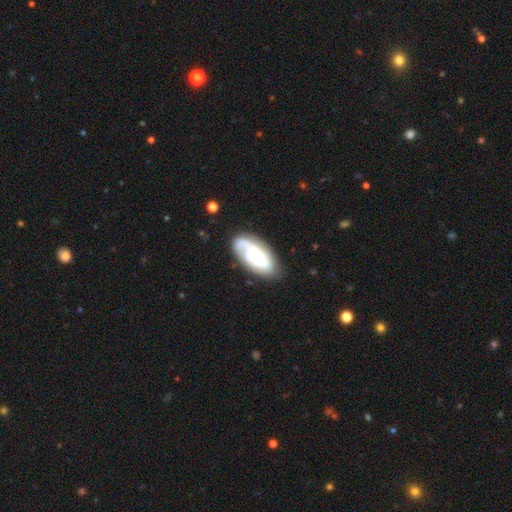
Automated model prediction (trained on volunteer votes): Smooth or featured? featured or disk (63%)
Edge-on disk? no (94%)
Bar? no (69%)
Spiral arms? yes (91%)
Spiral winding? tight (46%)
Spiral arm count? 2 (40%)
Bulge size? small (50%)
Merging? none (74%)